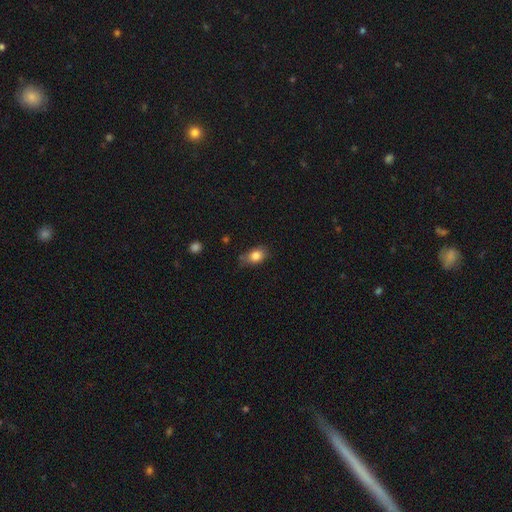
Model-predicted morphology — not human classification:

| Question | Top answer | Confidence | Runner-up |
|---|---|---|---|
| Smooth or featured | smooth | 82% | star or artifact (9%) |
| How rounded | in between | 76% | round (22%) |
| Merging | none | 62% | minor disturbance (29%) |